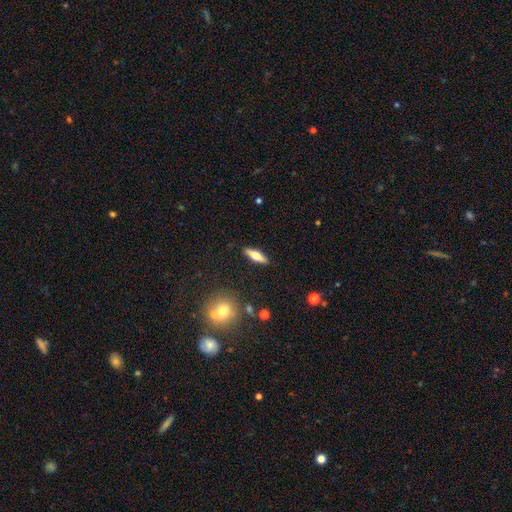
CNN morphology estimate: A smooth galaxy with no disk features (53%) that is cigar-shaped (58%).

Vote fractions:
- Smooth or featured? smooth: 53% / featured or disk: 41% / star or artifact: 7%
- How rounded? cigar-shaped: 58% / in between: 39% / round: 3%
- Merging? none: 89% / minor disturbance: 8% / major disturbance: 2% / merger: 2%